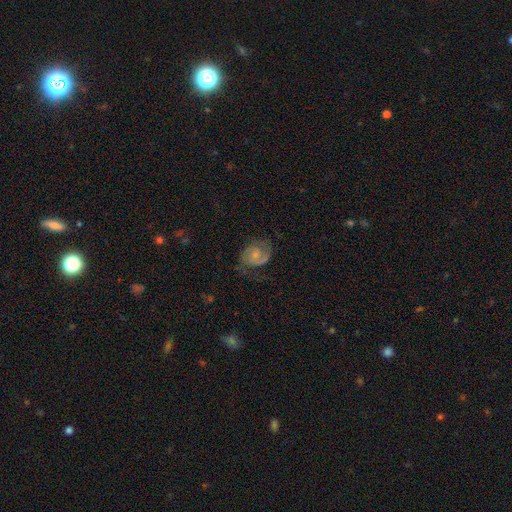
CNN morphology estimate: The model was most divided on "spiral winding": medium: 46%, tight: 32%, loose: 22%. More confident: edge-on disk — no (98%); spiral arms — yes (90%); smooth or featured — featured or disk (71%); spiral arm count — 2 (71%); bar — no (66%); merging — none (57%); bulge size — small (53%).